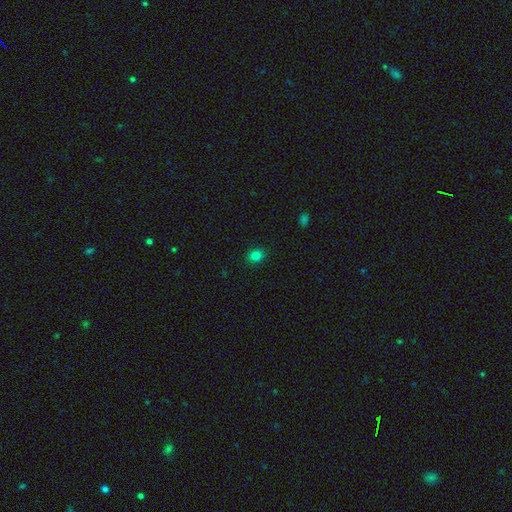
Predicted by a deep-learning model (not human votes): Q: Smooth or featured?
A: smooth (81%); runner-up: star or artifact (14%)
Q: How rounded?
A: in between (50%); runner-up: round (49%)
Q: Merging?
A: none (89%); runner-up: minor disturbance (8%)